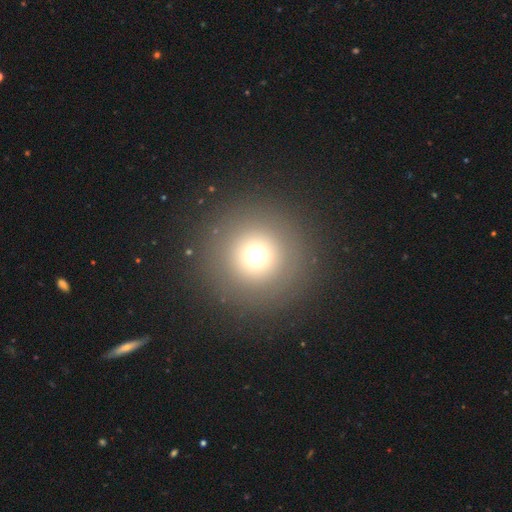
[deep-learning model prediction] This is likely a smooth galaxy (70%). How rounded: clearly round (97%). Merging: clearly none (90%).